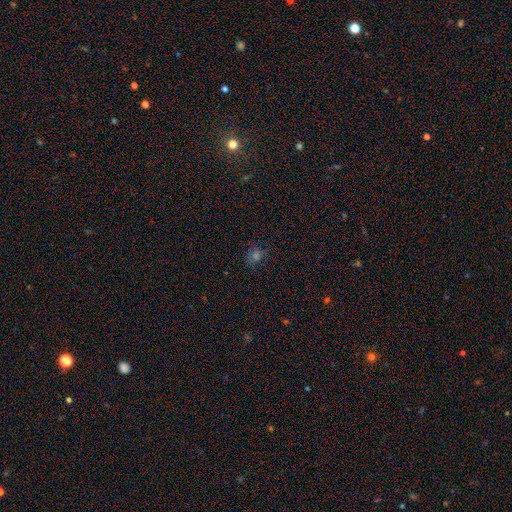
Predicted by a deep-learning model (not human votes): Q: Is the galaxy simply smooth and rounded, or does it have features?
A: smooth — 51%.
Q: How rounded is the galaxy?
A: round — 73%.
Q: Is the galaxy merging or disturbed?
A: none — 79%.